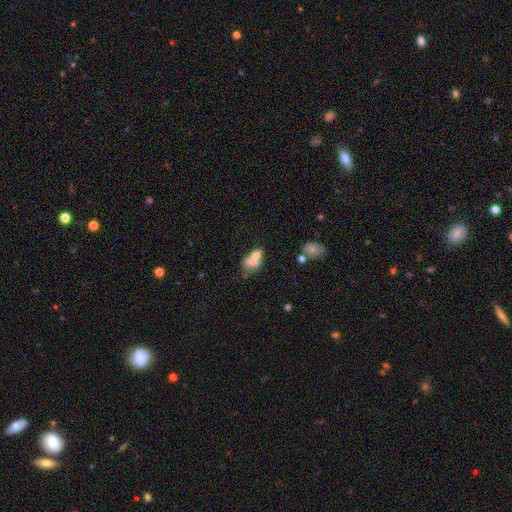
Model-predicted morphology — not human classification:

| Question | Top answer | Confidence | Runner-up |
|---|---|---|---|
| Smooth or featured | smooth | 63% | featured or disk (26%) |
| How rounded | in between | 70% | round (27%) |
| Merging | merger | 63% | none (21%) |